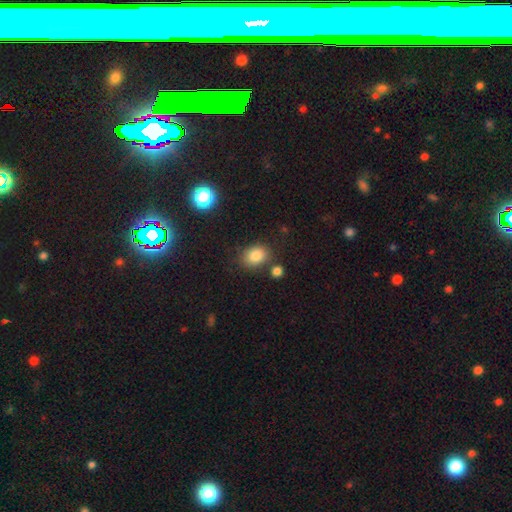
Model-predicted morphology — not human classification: Smooth or featured? smooth (83%)
How rounded? in between (61%)
Merging? none (74%)